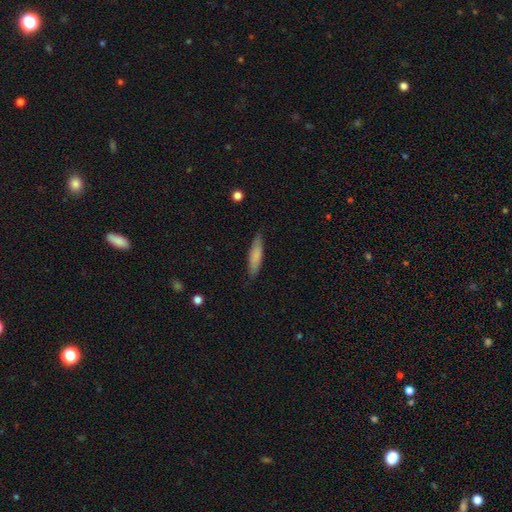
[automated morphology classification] A smooth galaxy with no disk features (79%) that is cigar-shaped (74%). Merging: none (84%).